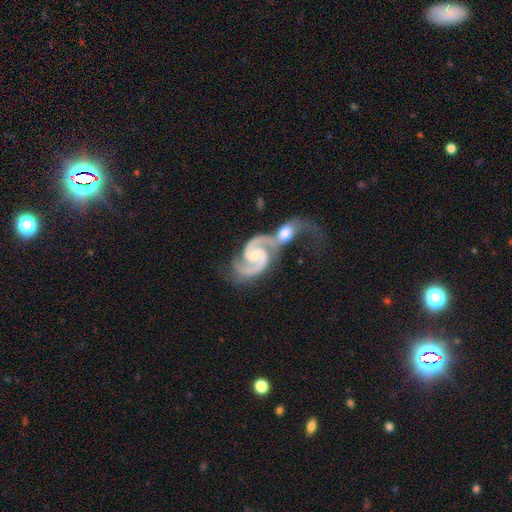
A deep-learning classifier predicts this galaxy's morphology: This is clearly a featured or disk galaxy (94%). It is clearly not viewed edge-on (98%). Bar: possibly no (48%). Spiral arm pattern: clearly yes (99%). Spiral arm count: clearly 2 (94%). Spiral winding: possibly medium (59%). Central bulge: possibly small (56%). Merging: possibly merger (59%).